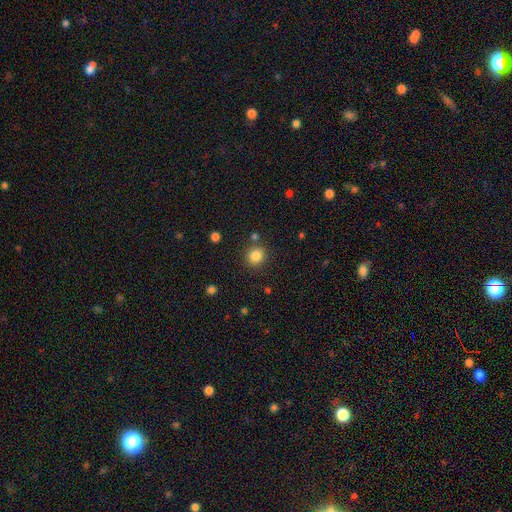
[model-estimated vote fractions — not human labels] A smooth galaxy with no disk features (84%) that is round (87%). Merging: none (83%).